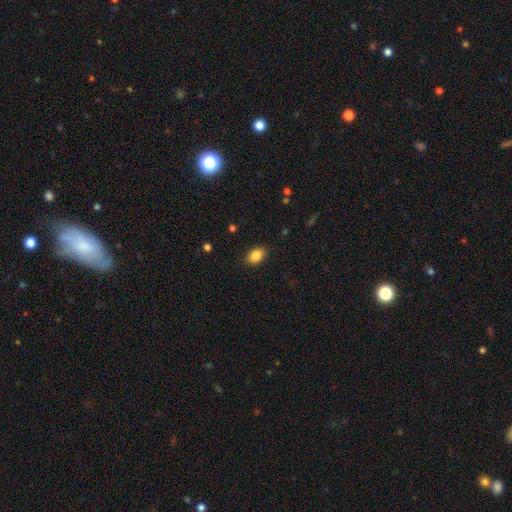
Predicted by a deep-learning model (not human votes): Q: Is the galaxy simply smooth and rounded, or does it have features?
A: smooth — 86%.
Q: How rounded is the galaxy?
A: in between — 83%.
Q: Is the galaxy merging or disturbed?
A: none — 86%.